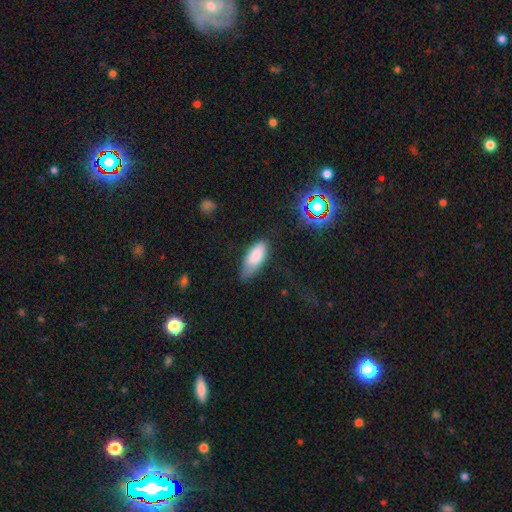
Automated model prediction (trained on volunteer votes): A smooth galaxy with no disk features (81%) that is in between round and cigar-shaped (81%).

Vote fractions:
- Smooth or featured? smooth: 81% / featured or disk: 11% / star or artifact: 8%
- How rounded? in between: 81% / cigar-shaped: 17% / round: 2%
- Merging? none: 55% / minor disturbance: 34% / major disturbance: 9% / merger: 2%